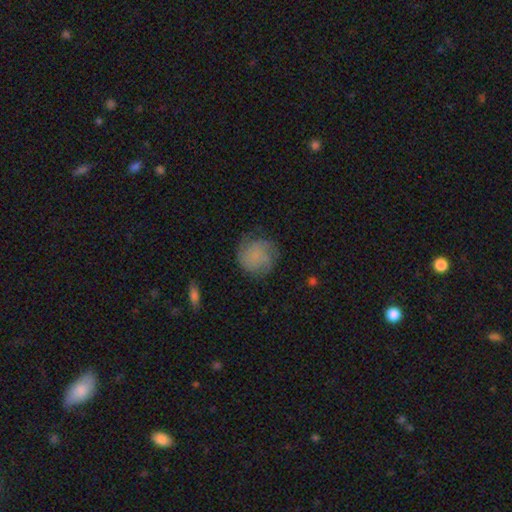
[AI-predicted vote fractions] smooth 59%, featured or disk 31%, star or artifact 9%. Down the decision tree: how rounded — round (87%); merging — none (67%).